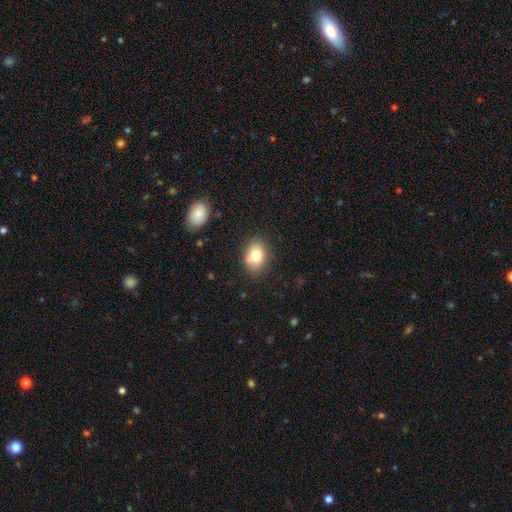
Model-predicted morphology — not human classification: This appears to be a smooth galaxy with no disk features (78%) that is in between round and cigar-shaped (74%). Merging: none (79%).